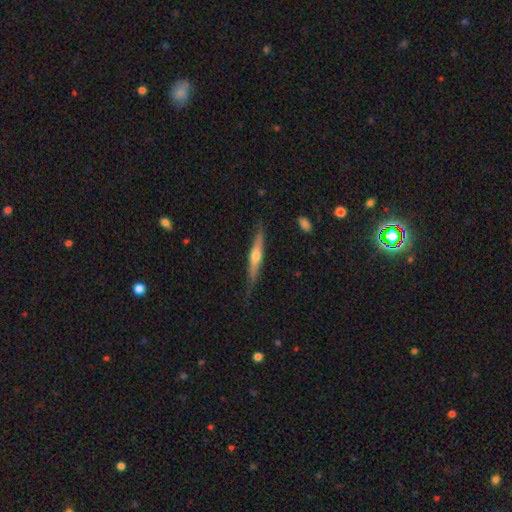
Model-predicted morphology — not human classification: The model was most divided on "smooth or featured": featured or disk: 57%, smooth: 38%, star or artifact: 6%. More confident: edge-on disk — yes (93%); edge-on bulge — rounded (83%); merging — none (75%).